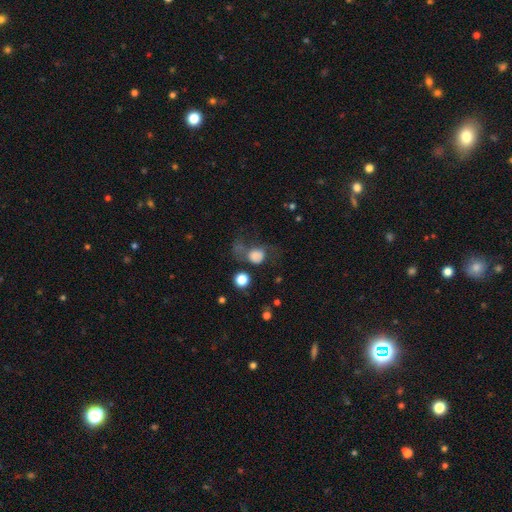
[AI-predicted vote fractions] Smooth or featured? smooth (70%)
How rounded? round (65%)
Merging? major disturbance (40%)